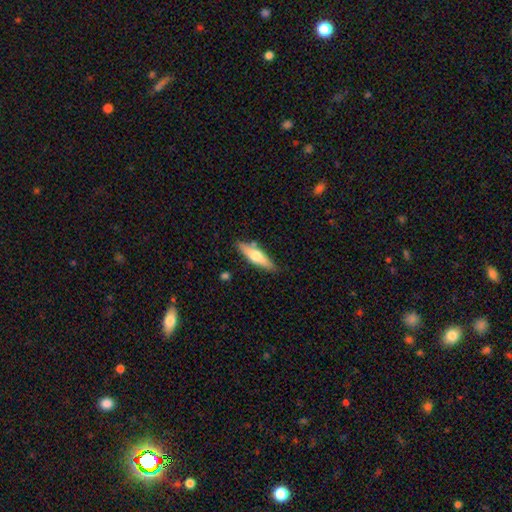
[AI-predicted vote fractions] Overall: smooth (49%; featured or disk 45%). Merging: none (82%).